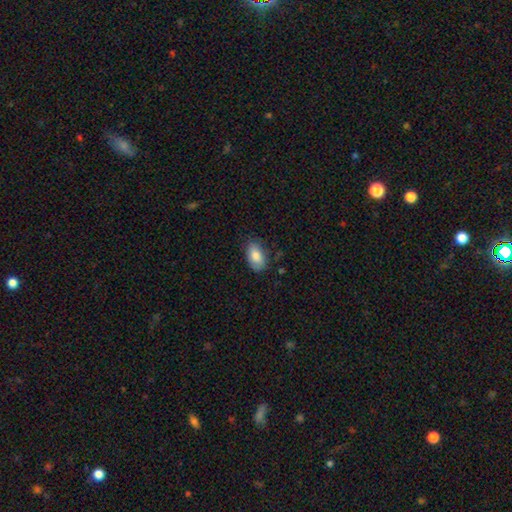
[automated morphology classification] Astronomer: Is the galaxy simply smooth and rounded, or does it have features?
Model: smooth — 84%.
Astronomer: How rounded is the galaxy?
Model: in between — 92%.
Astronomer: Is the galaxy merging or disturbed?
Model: none — 76%.